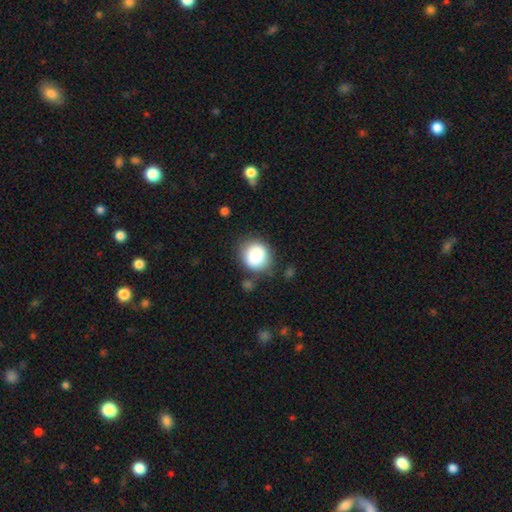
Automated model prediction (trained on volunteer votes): smooth-or-featured: smooth: 86% | star or artifact: 8% | featured or disk: 6%
  how-rounded: round: 86% | in between: 13% | cigar-shaped: 1%
  merging: none: 77% | minor disturbance: 13% | merger: 5% | major disturbance: 5%